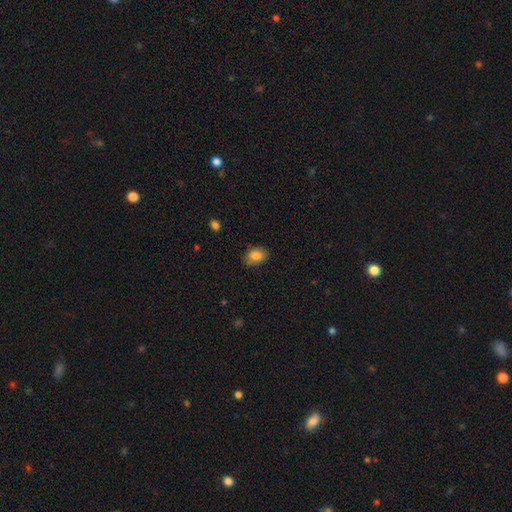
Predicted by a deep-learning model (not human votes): Smooth or featured? smooth (83%)
How rounded? in between (77%)
Merging? none (77%)